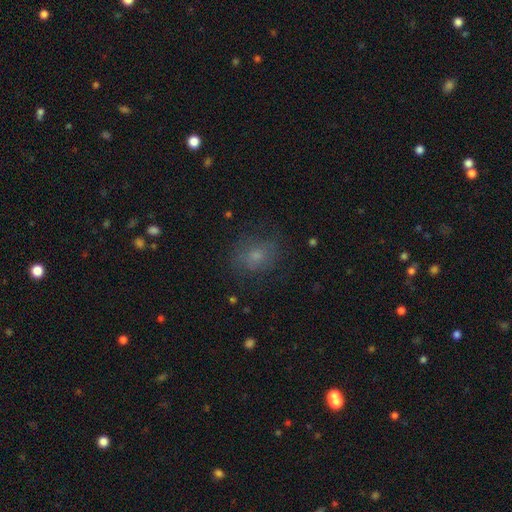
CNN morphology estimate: The model was most divided on "how rounded": round: 60%, in between: 39%, cigar-shaped: 1%. More confident: merging — none (73%); smooth or featured — smooth (66%).